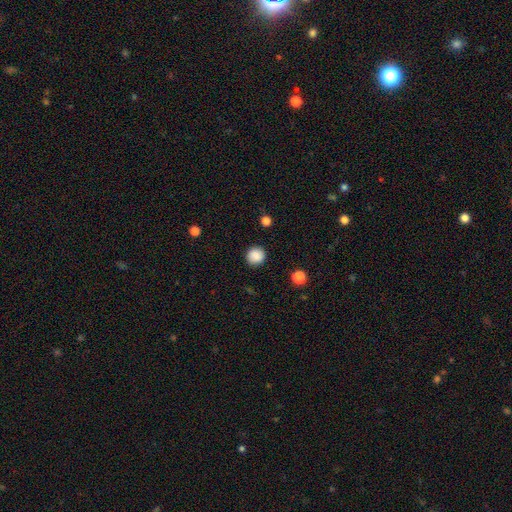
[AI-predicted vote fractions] A smooth galaxy with no disk features (88%) that is round (91%).

Vote fractions:
- Smooth or featured? smooth: 88% / star or artifact: 9% / featured or disk: 3%
- How rounded? round: 91% / in between: 8% / cigar-shaped: 1%
- Merging? none: 90% / minor disturbance: 6% / major disturbance: 2% / merger: 1%